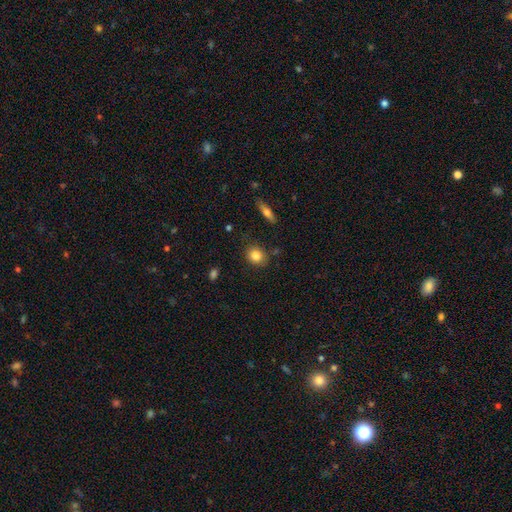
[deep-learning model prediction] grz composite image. It shows a smooth galaxy with no disk features (83%) that is round (65%). Merging: none (82%).